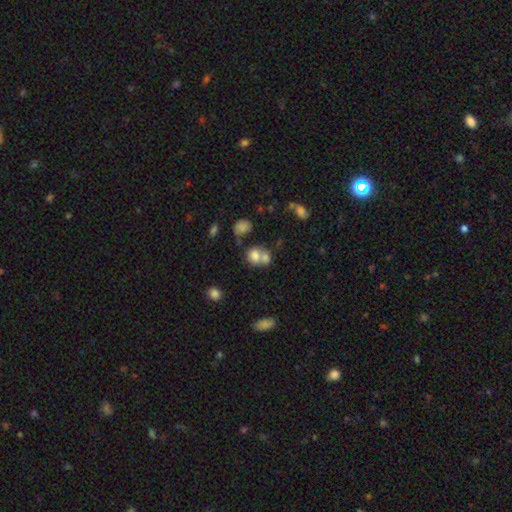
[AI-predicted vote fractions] The model was most divided on "how rounded": round: 63%, in between: 36%, cigar-shaped: 1%. More confident: smooth or featured — smooth (74%); merging — merger (59%).